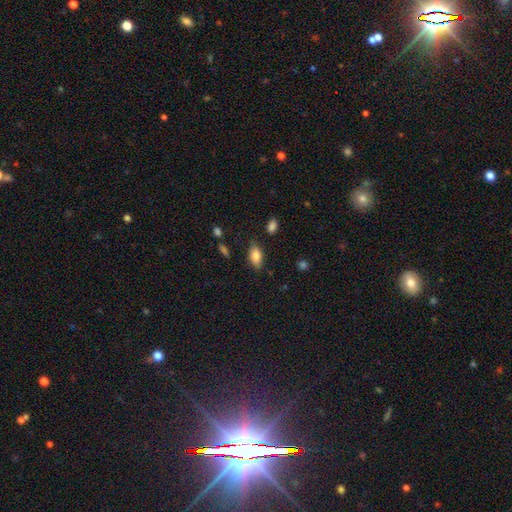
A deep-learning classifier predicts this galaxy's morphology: Q: Smooth or featured?
A: smooth (80%); runner-up: featured or disk (12%)
Q: How rounded?
A: in between (89%); runner-up: cigar-shaped (7%)
Q: Merging?
A: none (79%); runner-up: minor disturbance (15%)